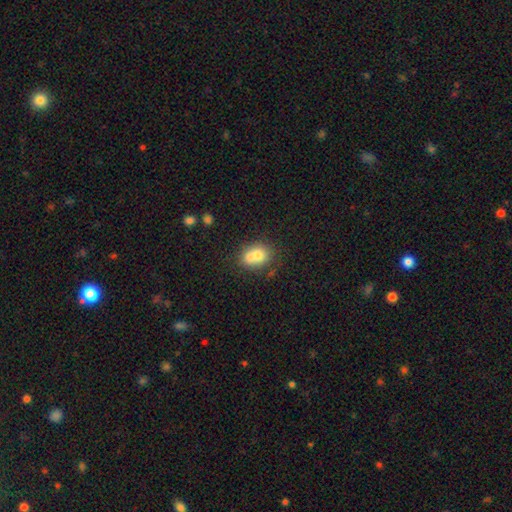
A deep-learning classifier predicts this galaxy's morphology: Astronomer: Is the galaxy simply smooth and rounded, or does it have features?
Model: smooth — 70%.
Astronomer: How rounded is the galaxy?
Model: round — 53% (runner-up: in between, 46%).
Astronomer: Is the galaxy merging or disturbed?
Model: merger — 51% (runner-up: none, 35%).